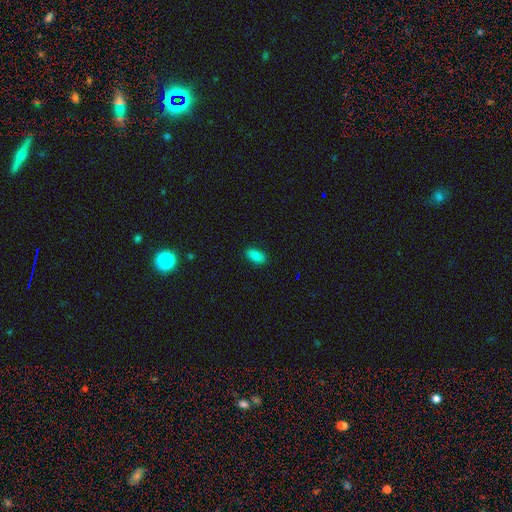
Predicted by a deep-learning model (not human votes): Overall: smooth (83%). How rounded: in between (92%). Merging: none (88%).